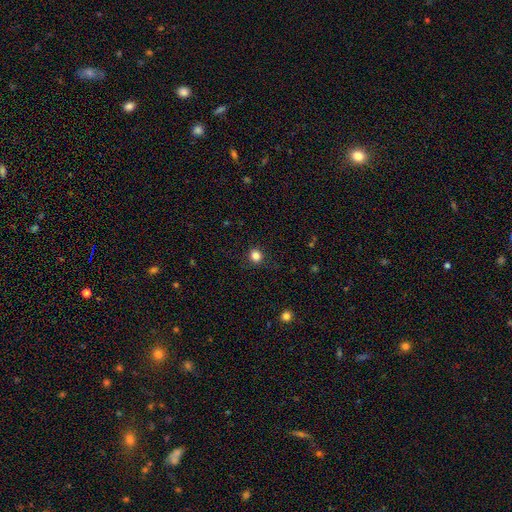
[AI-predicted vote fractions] Morphology: type=smooth (84%); roundness=round (85%); merging=none (89%).